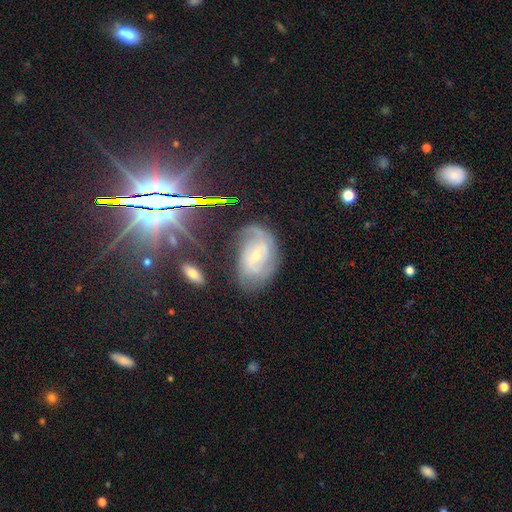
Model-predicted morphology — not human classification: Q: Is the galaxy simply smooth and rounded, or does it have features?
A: featured or disk — 72%.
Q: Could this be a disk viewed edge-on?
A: no — 95%.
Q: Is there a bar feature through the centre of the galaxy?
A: weak — 44%.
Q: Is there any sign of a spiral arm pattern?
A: yes — 91%.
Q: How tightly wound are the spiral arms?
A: tight — 47%.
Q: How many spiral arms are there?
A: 2 — 42%.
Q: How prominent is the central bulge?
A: small — 69%.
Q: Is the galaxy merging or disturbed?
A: none — 68%.